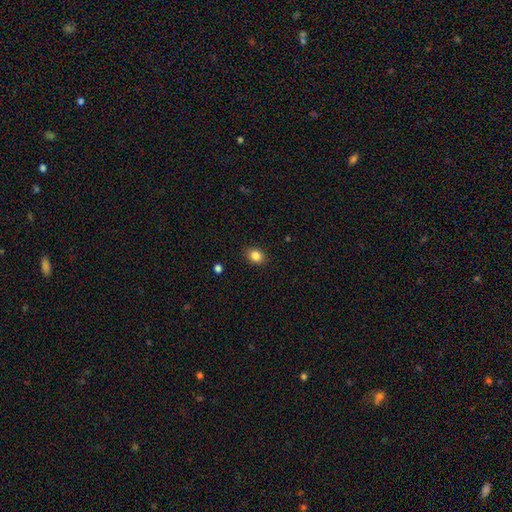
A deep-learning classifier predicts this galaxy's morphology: Smooth or featured? smooth (85%)
How rounded? in between (50%)
Merging? none (88%)